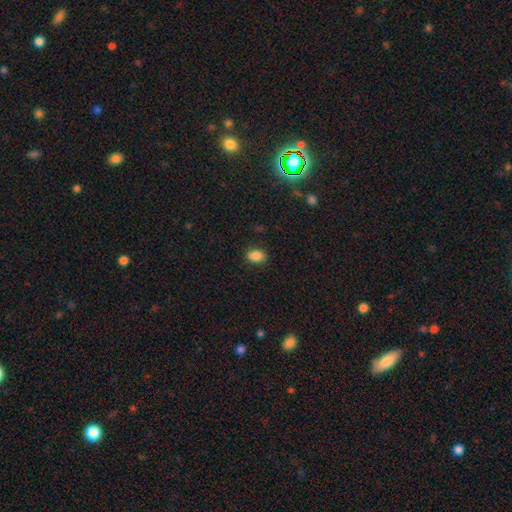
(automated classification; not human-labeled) Smooth or featured? smooth (86%)
How rounded? in between (75%)
Merging? none (85%)